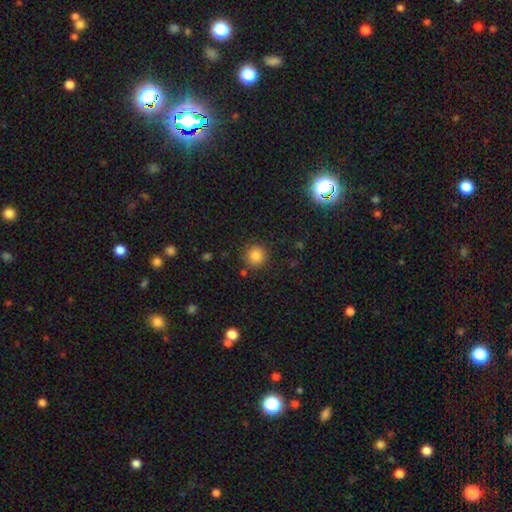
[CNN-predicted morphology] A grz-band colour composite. It shows a smooth galaxy with no disk features (84%) that is round (93%). Merging: none (86%).